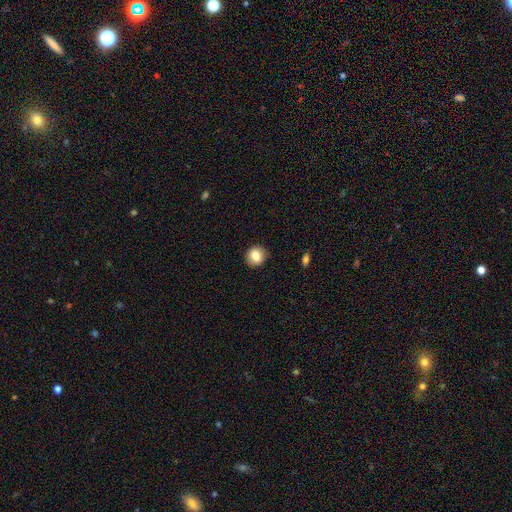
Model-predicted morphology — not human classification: smooth_or_featured: smooth (p=0.82) [alt: star or artifact p=0.09]
how_rounded: round (p=0.86) [alt: in between p=0.13]
merging: none (p=0.91) [alt: minor disturbance p=0.07]